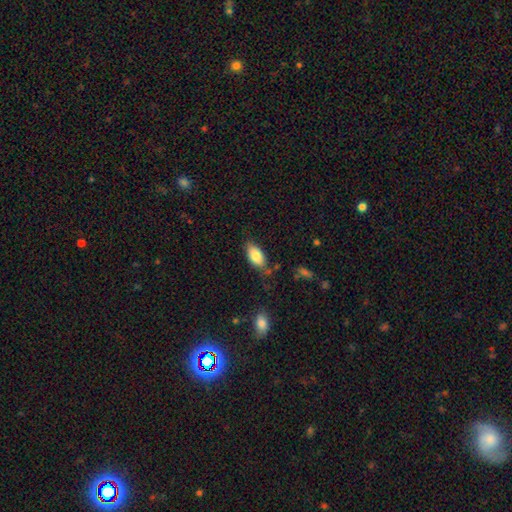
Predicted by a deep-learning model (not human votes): Smooth or featured?
  - smooth: 82% *
  - featured or disk: 11%
  - star or artifact: 7%
How rounded?
  - in between: 92% *
  - cigar-shaped: 5%
  - round: 3%
Merging?
  - none: 72% *
  - minor disturbance: 19%
  - major disturbance: 4%
  - merger: 4%